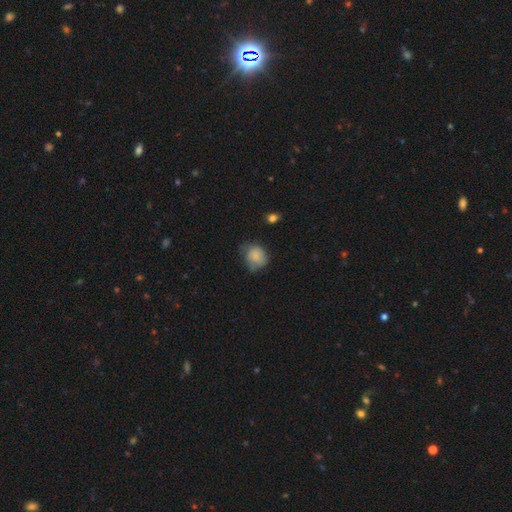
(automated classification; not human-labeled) Q: Smooth or featured?
A: smooth (79%); runner-up: featured or disk (12%)
Q: How rounded?
A: round (62%); runner-up: in between (37%)
Q: Merging?
A: none (49%); runner-up: minor disturbance (35%)